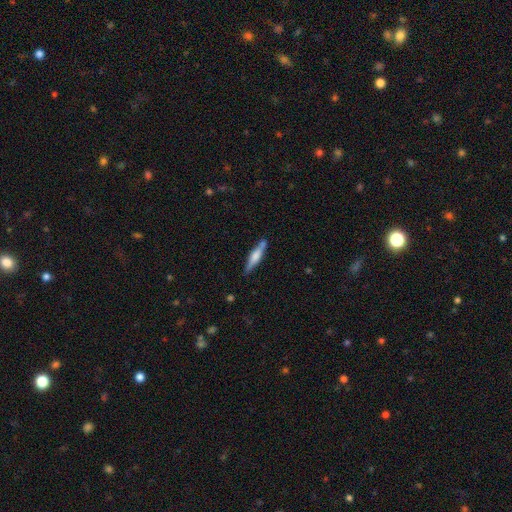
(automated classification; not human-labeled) Q: Smooth or featured?
A: featured or disk (49%); runner-up: smooth (46%)
Q: Merging?
A: none (80%); runner-up: minor disturbance (13%)